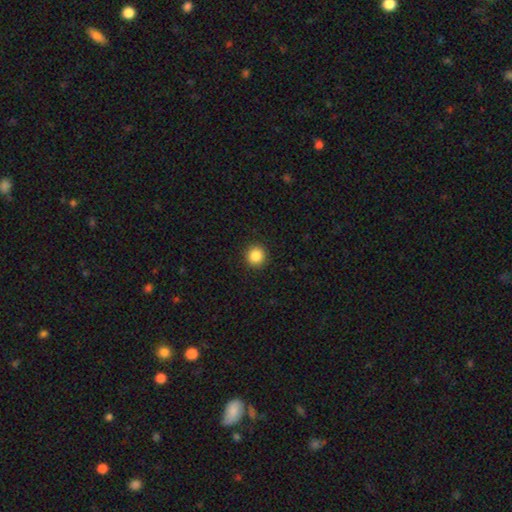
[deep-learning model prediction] Smooth or featured? smooth (86%)
How rounded? round (93%)
Merging? none (92%)